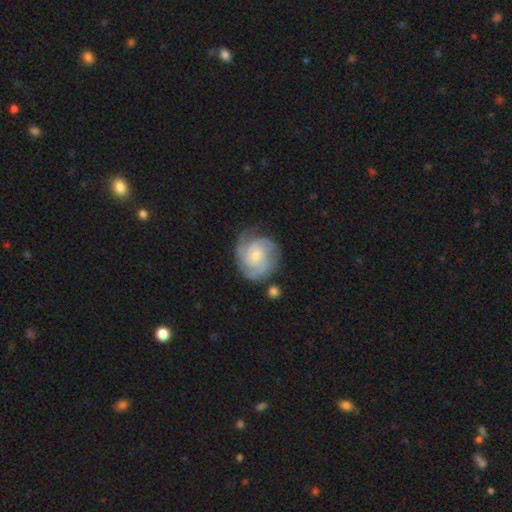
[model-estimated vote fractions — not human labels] Overall: featured or disk (82%). Edge-on disk: no (98%). Bar: no (70%). Spiral arms: yes (96%). Spiral arm count: 2 (33%; 3 31%). Spiral winding: tight (62%; medium 31%). Bulge size: small (62%; moderate 31%). Merging: none (68%).